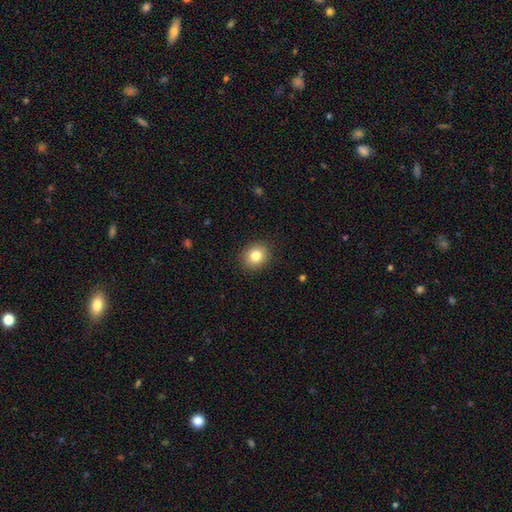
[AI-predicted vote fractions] A smooth galaxy with no disk features (82%) that is round (70%).

Vote fractions:
- Smooth or featured? smooth: 82% / star or artifact: 10% / featured or disk: 8%
- How rounded? round: 70% / in between: 30% / cigar-shaped: 1%
- Merging? none: 89% / minor disturbance: 7% / major disturbance: 2% / merger: 1%